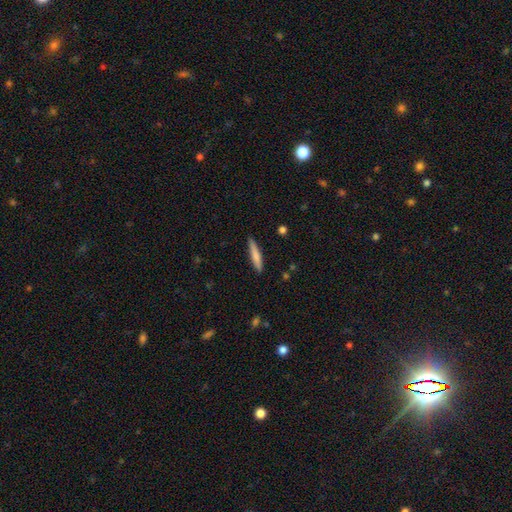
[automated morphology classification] Smooth or featured? Predicted: smooth (p=0.74). How rounded? Predicted: cigar-shaped (p=0.92). Merging? Predicted: none (p=0.88).